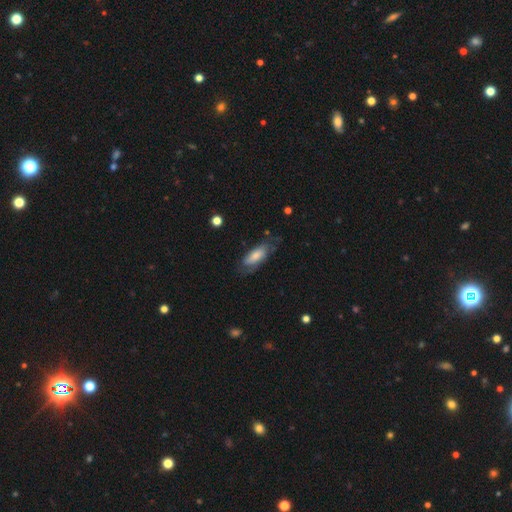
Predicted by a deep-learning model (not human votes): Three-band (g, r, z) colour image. It shows a smooth galaxy with no disk features (55%) that is in between round and cigar-shaped (72%). Merging: none (61%).